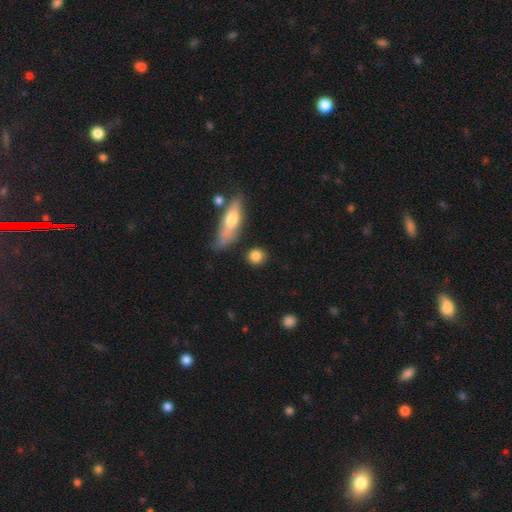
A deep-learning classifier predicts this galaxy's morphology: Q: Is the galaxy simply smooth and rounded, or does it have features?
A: smooth — 83%.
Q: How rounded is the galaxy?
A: round — 80%.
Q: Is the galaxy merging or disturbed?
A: none — 83%.